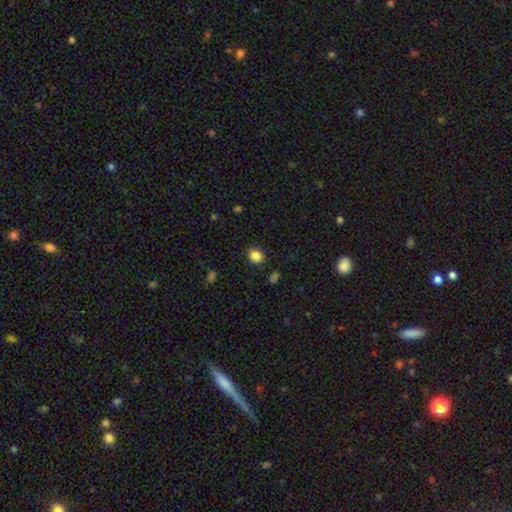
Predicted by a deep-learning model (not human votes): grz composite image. It shows a smooth galaxy with no disk features (85%) that is round (79%). Merging: none (89%).